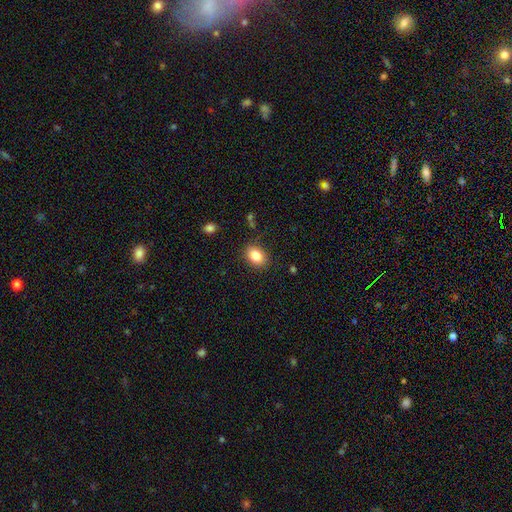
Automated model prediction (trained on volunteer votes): A smooth galaxy with no disk features (84%) that is in between round and cigar-shaped (68%). Merging: none (85%).